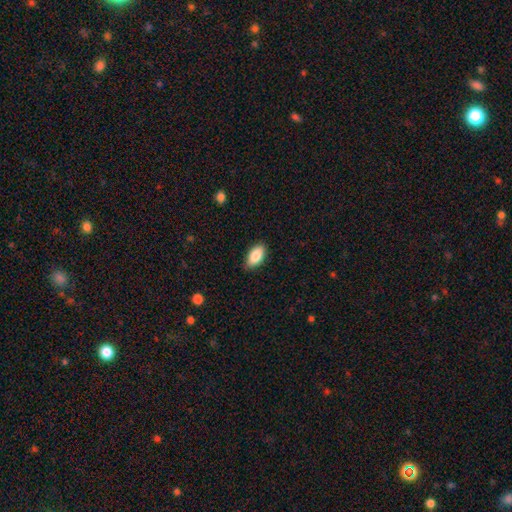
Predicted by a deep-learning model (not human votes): This is clearly a smooth galaxy (85%). How rounded: clearly in between (92%). Merging: clearly none (86%).